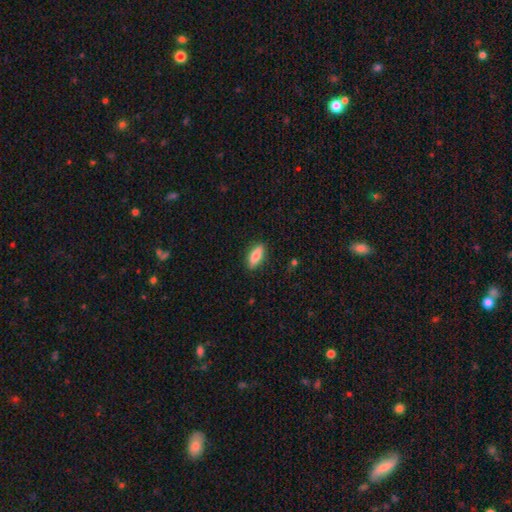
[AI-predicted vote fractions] smooth_or_featured: smooth (p=0.78) [alt: featured or disk p=0.15]
how_rounded: in between (p=0.72) [alt: cigar-shaped p=0.25]
merging: none (p=0.86) [alt: minor disturbance p=0.10]